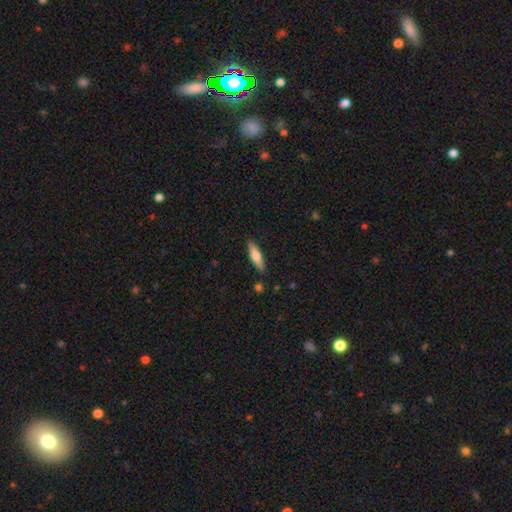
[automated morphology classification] type=smooth (65%); roundness=cigar-shaped (71%); merging=none (87%).